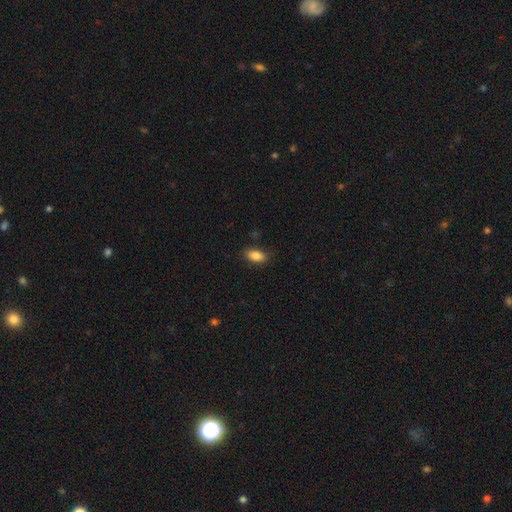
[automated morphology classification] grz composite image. It shows a smooth galaxy with no disk features (85%) that is in between round and cigar-shaped (90%). Merging: none (84%).